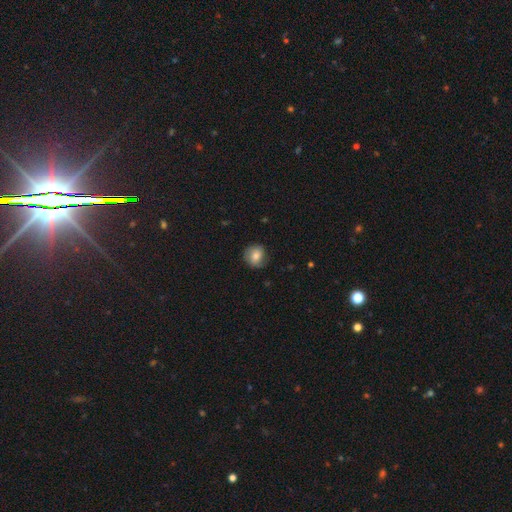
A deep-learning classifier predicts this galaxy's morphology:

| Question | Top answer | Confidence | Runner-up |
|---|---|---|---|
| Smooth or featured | smooth | 70% | featured or disk (21%) |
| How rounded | round | 80% | in between (19%) |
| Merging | none | 75% | minor disturbance (19%) |